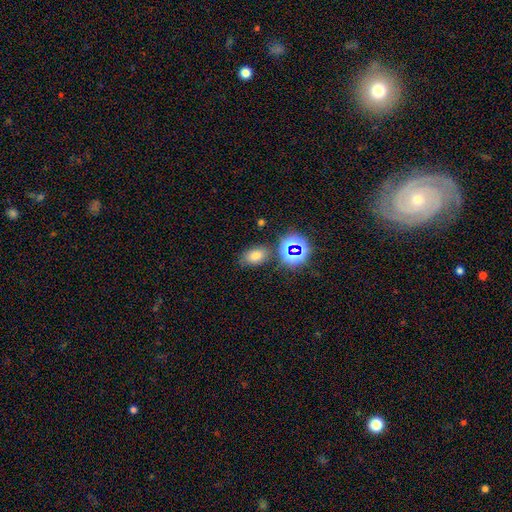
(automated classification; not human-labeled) The model was most divided on "smooth or featured": smooth: 69%, star or artifact: 21%, featured or disk: 9%. More confident: how rounded — in between (82%); merging — none (76%).